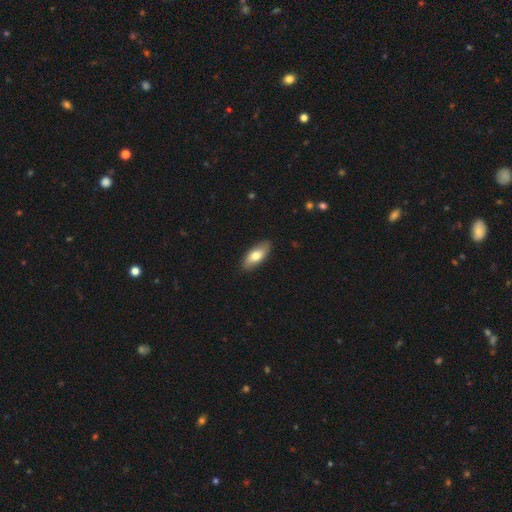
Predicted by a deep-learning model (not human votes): Morphology: type=smooth (71%); roundness=in between (82%); merging=none (86%).